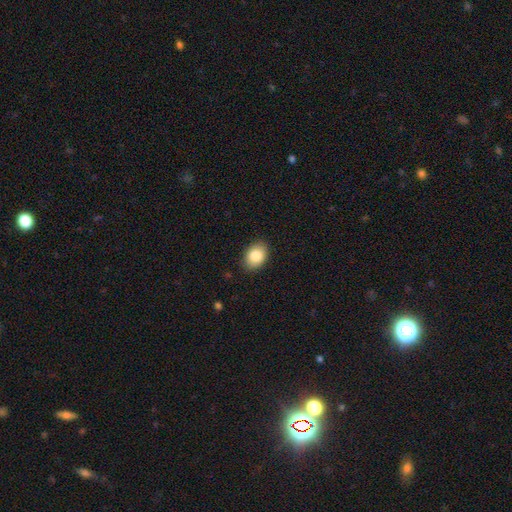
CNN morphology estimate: Overall: smooth (86%). How rounded: in between (77%). Merging: none (86%).